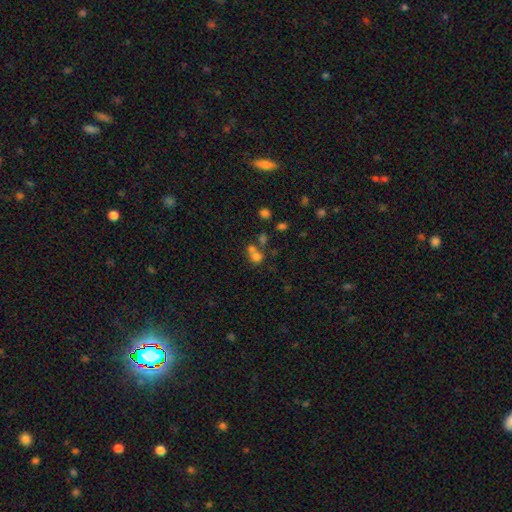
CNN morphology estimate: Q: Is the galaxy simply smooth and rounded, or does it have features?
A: smooth — 67%.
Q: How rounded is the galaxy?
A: round — 77%.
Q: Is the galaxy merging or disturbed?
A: merger — 52%.